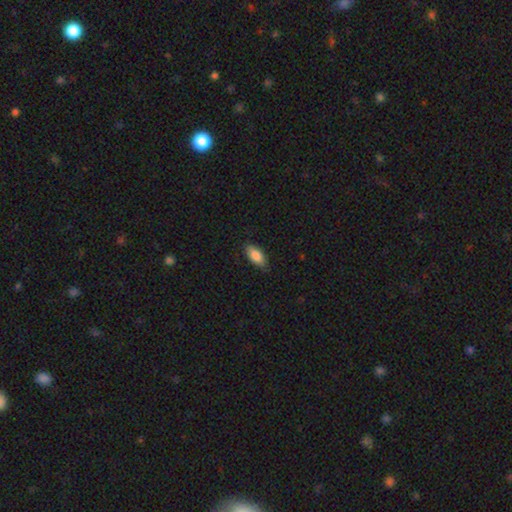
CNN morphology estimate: Smooth or featured: smooth — 86% (featured or disk — 8%)
How rounded: in between — 87% (cigar-shaped — 11%)
Merging: none — 84% (minor disturbance — 13%)